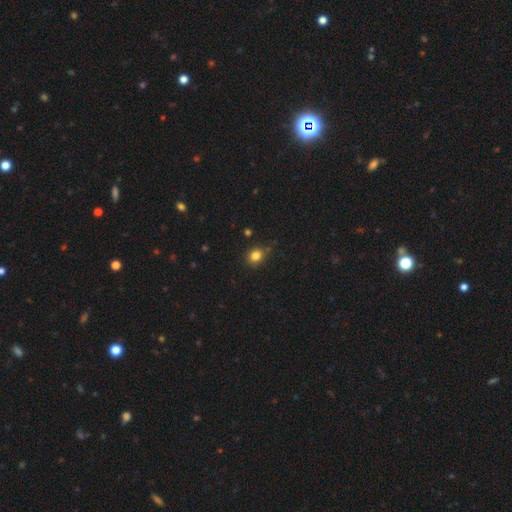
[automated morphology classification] Smooth or featured: smooth — 82% (star or artifact — 12%)
How rounded: round — 67% (in between — 32%)
Merging: none — 75% (minor disturbance — 18%)